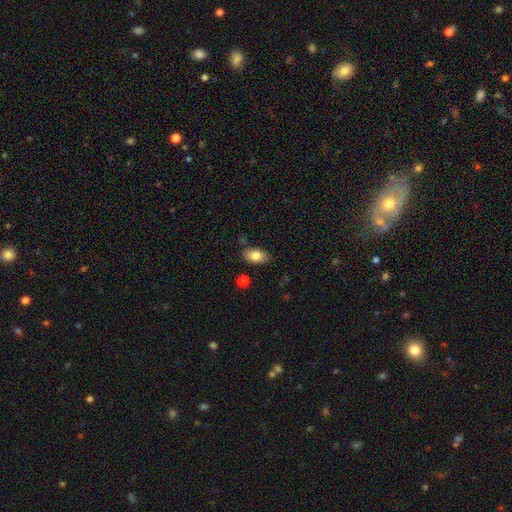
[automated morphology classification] Smooth or featured? Predicted: smooth (p=0.81). How rounded? Predicted: in between (p=0.90). Merging? Predicted: none (p=0.78).